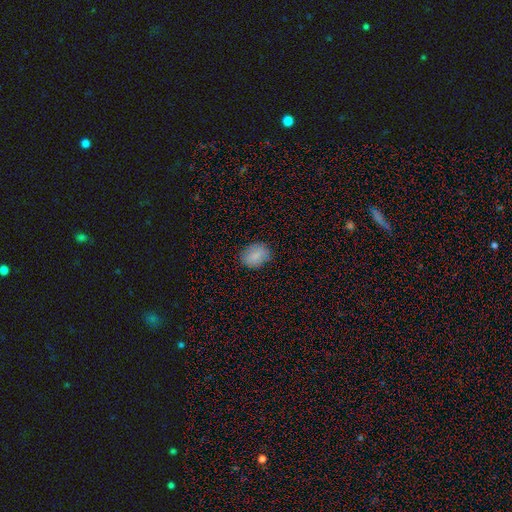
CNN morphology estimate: This appears to be a smooth galaxy with no disk features (87%) that is in between round and cigar-shaped (71%). Merging: none (84%).